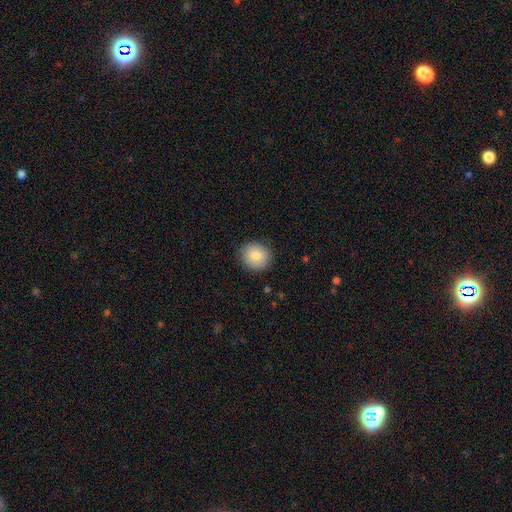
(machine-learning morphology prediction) A smooth galaxy with no disk features (82%) that is round (87%). Merging: none (88%).